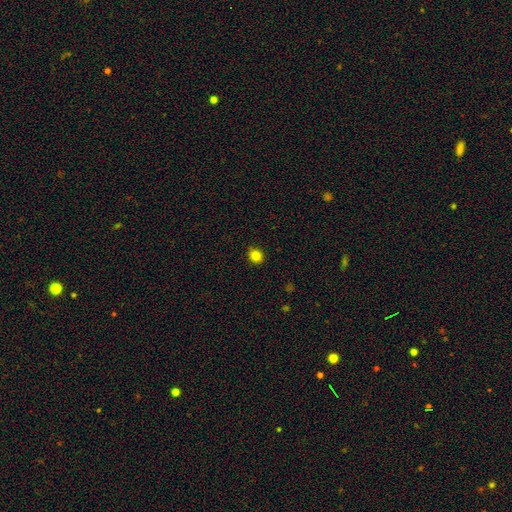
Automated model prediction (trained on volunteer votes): Smooth or featured?
  - smooth: 84% *
  - star or artifact: 13%
  - featured or disk: 3%
How rounded?
  - round: 76% *
  - in between: 23%
  - cigar-shaped: 1%
Merging?
  - none: 88% *
  - minor disturbance: 8%
  - major disturbance: 2%
  - merger: 1%